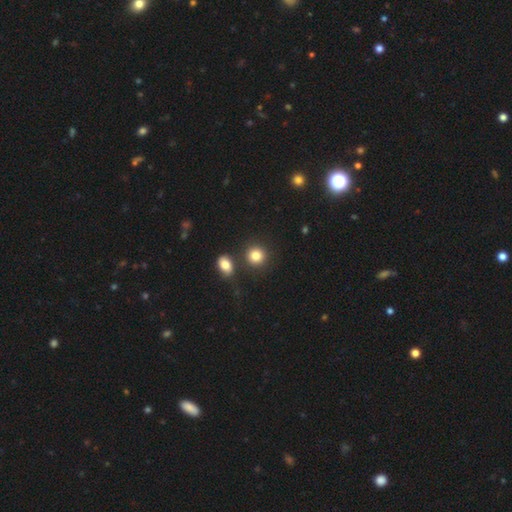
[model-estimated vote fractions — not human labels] Morphology: type=smooth (84%); roundness=round (86%); merging=none (79%).